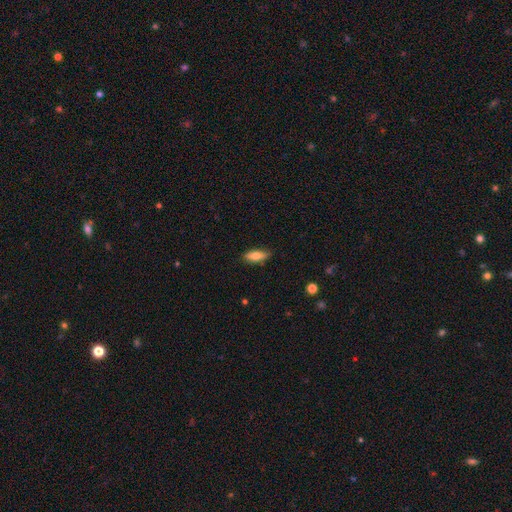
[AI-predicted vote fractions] Q: Smooth or featured?
A: smooth (73%); runner-up: featured or disk (21%)
Q: How rounded?
A: in between (68%); runner-up: cigar-shaped (29%)
Q: Merging?
A: none (83%); runner-up: minor disturbance (14%)